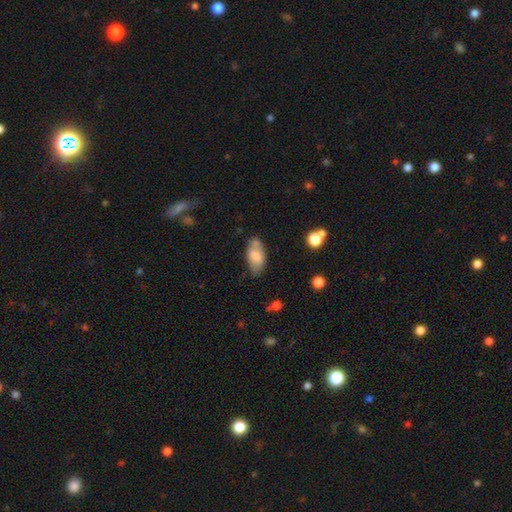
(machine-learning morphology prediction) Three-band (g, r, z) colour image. It shows a smooth galaxy with no disk features (71%) that is in between round and cigar-shaped (92%). Merging: none (60%).